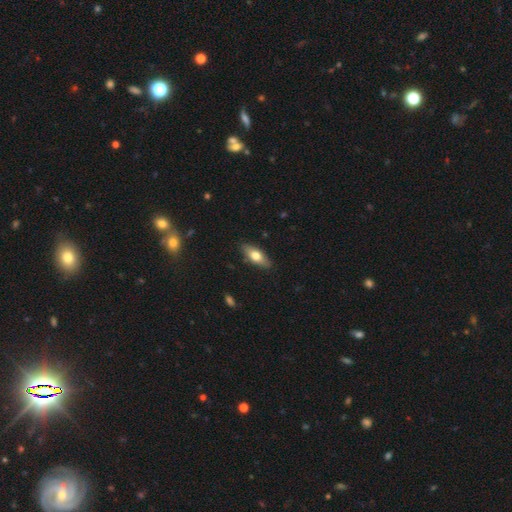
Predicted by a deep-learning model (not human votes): Morphology: type=smooth (65%); roundness=in between (71%); merging=none (87%).